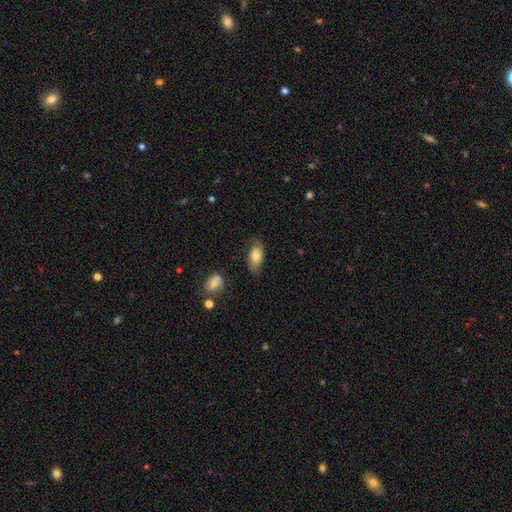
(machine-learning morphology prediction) This appears to be a smooth galaxy with no disk features (72%) that is in between round and cigar-shaped (90%). Merging: none (66%).